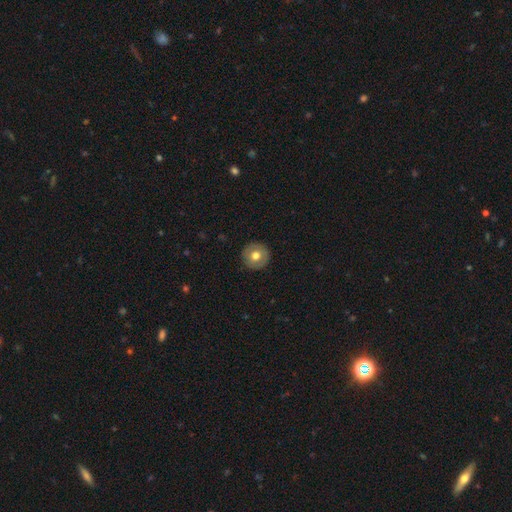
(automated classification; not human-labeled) A smooth galaxy with no disk features (65%) that is round (95%). Merging: none (91%).